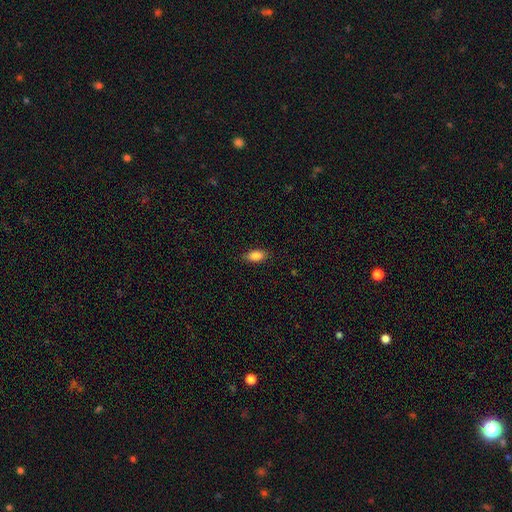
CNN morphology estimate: smooth-or-featured: smooth: 85% | star or artifact: 8% | featured or disk: 7%
  how-rounded: in between: 88% | cigar-shaped: 7% | round: 4%
  merging: none: 86% | minor disturbance: 11% | major disturbance: 2% | merger: 1%